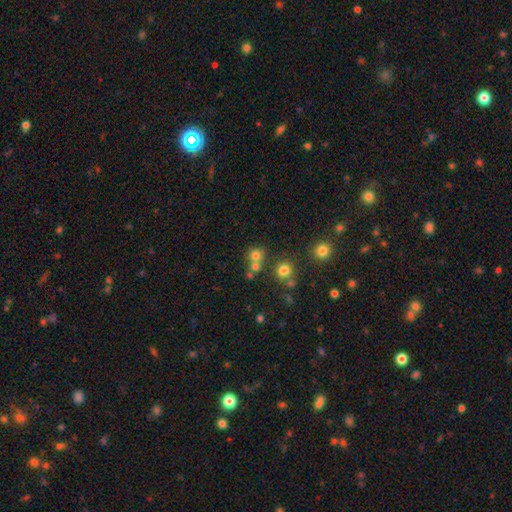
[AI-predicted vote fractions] Smooth or featured? smooth (71%)
How rounded? round (86%)
Merging? none (57%)